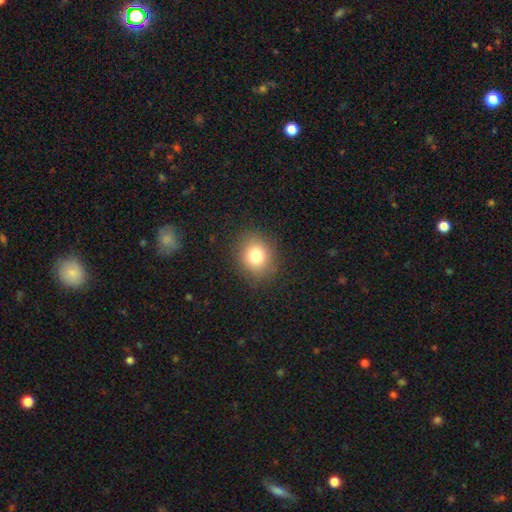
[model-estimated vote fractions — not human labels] The model was most divided on "how rounded": round: 66%, in between: 33%, cigar-shaped: 1%. More confident: merging — none (86%); smooth or featured — smooth (80%).